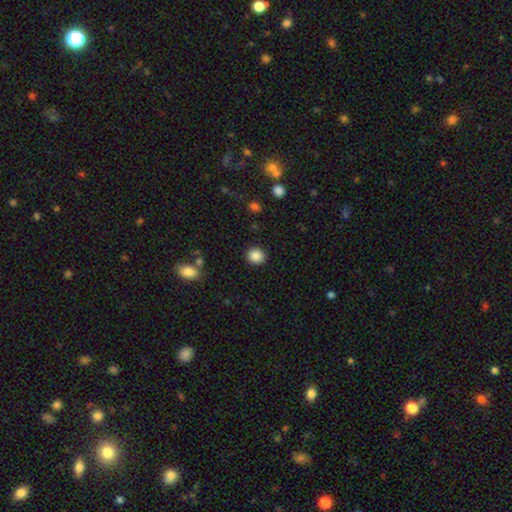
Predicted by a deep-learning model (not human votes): Smooth or featured? smooth (87%)
How rounded? round (87%)
Merging? none (91%)